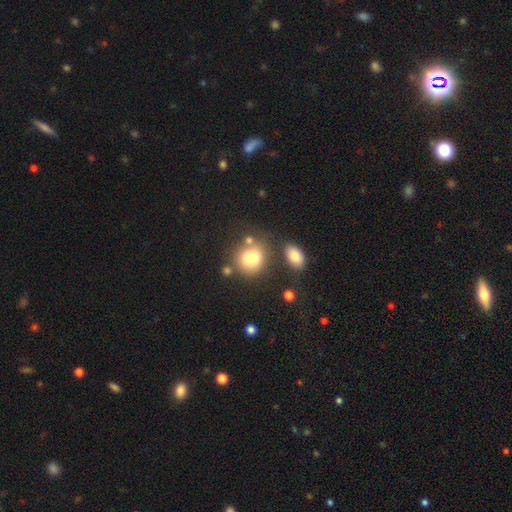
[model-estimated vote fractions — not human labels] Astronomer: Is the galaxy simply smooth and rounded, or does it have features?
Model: smooth — 63%.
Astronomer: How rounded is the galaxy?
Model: round — 68%.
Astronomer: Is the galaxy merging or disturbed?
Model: none — 64%.